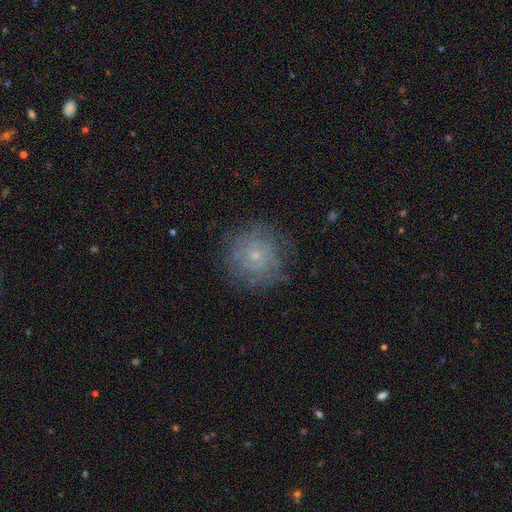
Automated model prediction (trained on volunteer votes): Smooth or featured? Predicted: featured or disk (p=0.56). Edge-on disk? Predicted: no (p=0.97). Bar? Predicted: no (p=0.84). Spiral arms? Predicted: yes (p=0.76). Bulge size? Predicted: small (p=0.80). Merging? Predicted: none (p=0.79).